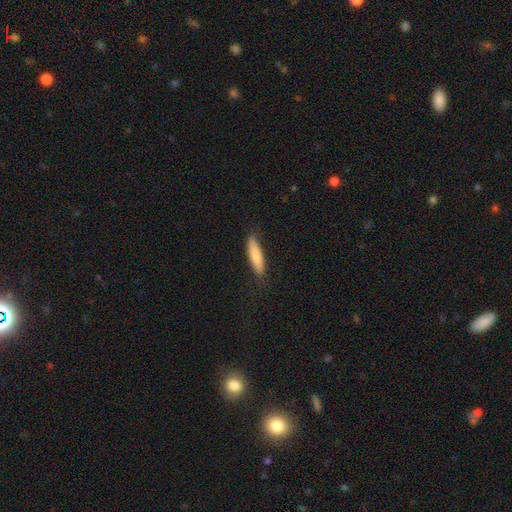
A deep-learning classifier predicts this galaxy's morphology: A smooth galaxy with no disk features (82%) that is cigar-shaped (77%).

Vote fractions:
- Smooth or featured? smooth: 82% / featured or disk: 12% / star or artifact: 5%
- How rounded? cigar-shaped: 77% / in between: 22% / round: 1%
- Merging? none: 83% / minor disturbance: 14% / major disturbance: 3% / merger: 1%